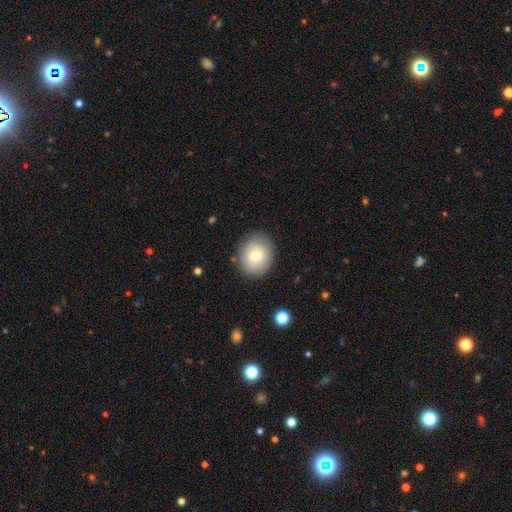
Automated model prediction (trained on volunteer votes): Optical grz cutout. It shows a smooth galaxy with no disk features (72%) that is round (64%). Merging: none (83%).